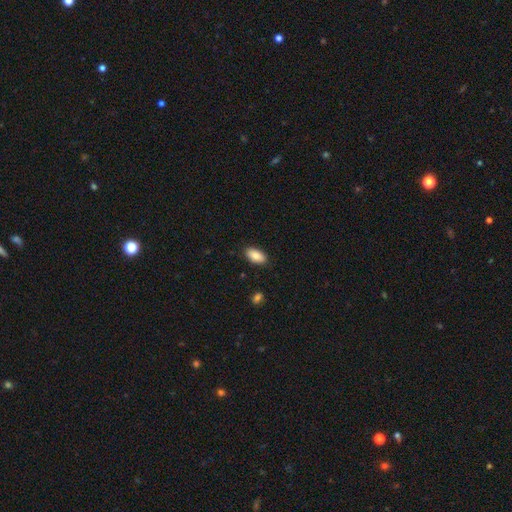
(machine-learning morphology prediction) smooth-or-featured: smooth: 87% | star or artifact: 7% | featured or disk: 6%
  how-rounded: in between: 93% | cigar-shaped: 4% | round: 3%
  merging: none: 88% | minor disturbance: 9% | major disturbance: 2% | merger: 1%